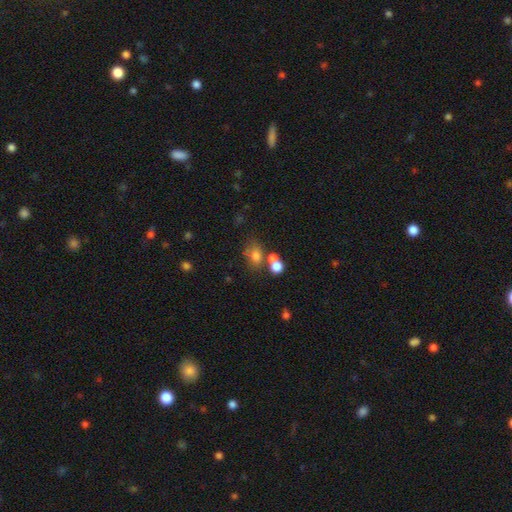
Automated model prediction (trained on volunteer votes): A smooth galaxy with no disk features (71%) that is in between round and cigar-shaped (65%).

Vote fractions:
- Smooth or featured? smooth: 71% / featured or disk: 14% / star or artifact: 14%
- How rounded? in between: 65% / round: 33% / cigar-shaped: 2%
- Merging? none: 43% / merger: 34% / minor disturbance: 14% / major disturbance: 9%